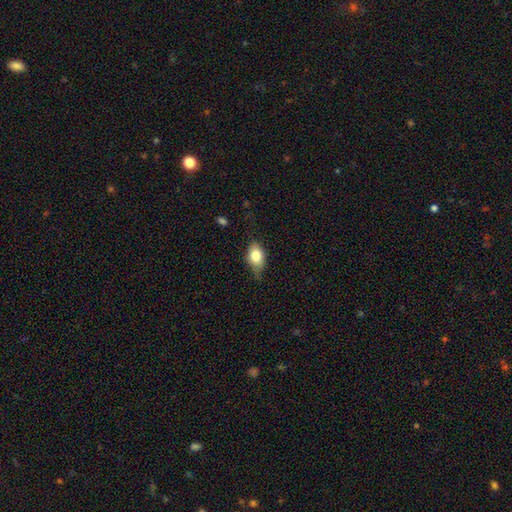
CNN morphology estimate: Smooth or featured?
  - smooth: 77% *
  - featured or disk: 16%
  - star or artifact: 7%
How rounded?
  - in between: 83% *
  - round: 14%
  - cigar-shaped: 3%
Merging?
  - none: 57% *
  - minor disturbance: 34%
  - major disturbance: 7%
  - merger: 2%